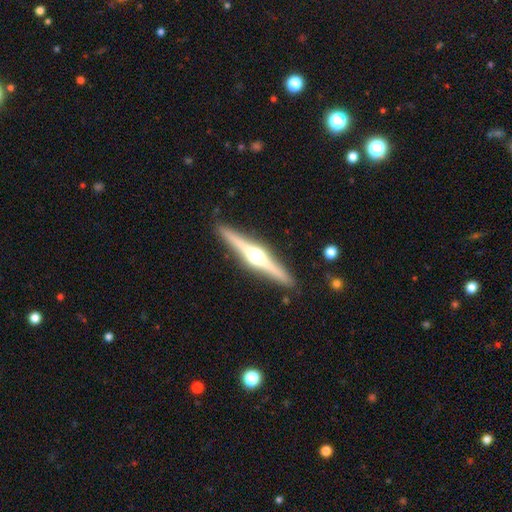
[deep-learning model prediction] Smooth or featured: featured or disk — 81% (smooth — 14%)
Edge-on disk: yes — 98% (no — 2%)
Edge-on bulge: rounded — 95% (boxy — 3%)
Merging: none — 91% (minor disturbance — 6%)